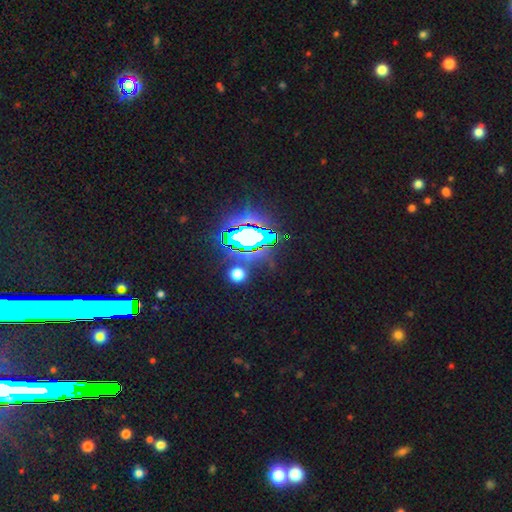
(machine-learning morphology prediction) type=star or artifact (80%).